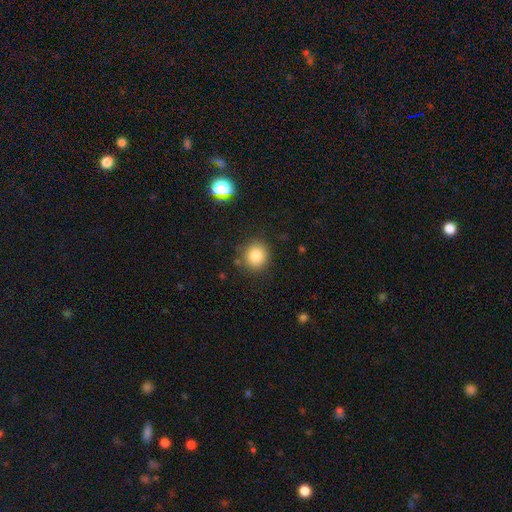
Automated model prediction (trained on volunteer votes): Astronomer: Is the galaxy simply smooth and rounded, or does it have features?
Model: smooth — 83%.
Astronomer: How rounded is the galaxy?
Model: round — 88%.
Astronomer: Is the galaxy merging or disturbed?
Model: none — 84%.